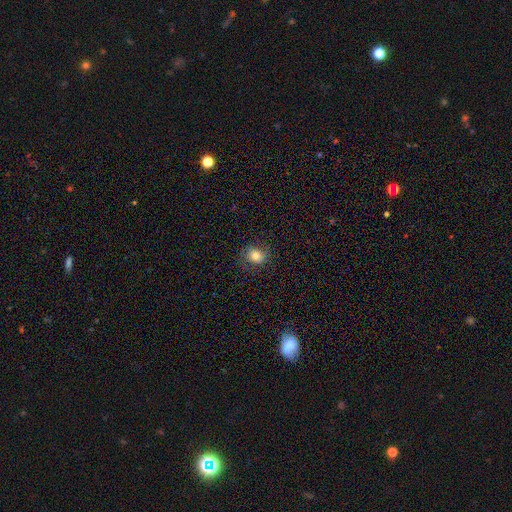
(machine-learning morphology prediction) This is likely a smooth galaxy (71%). How rounded: likely round (62%). Merging: likely none (77%).